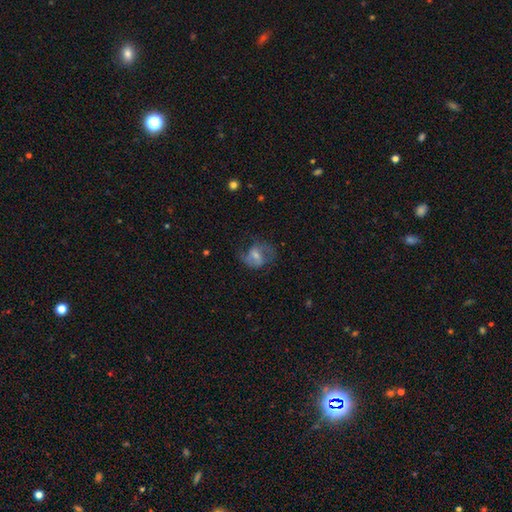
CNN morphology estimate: This is possibly a featured or disk galaxy (56%). It is clearly not viewed edge-on (96%). Bar: possibly weak (45%). Spiral arm pattern: likely yes (73%). Central bulge: marginally moderate (44%). Merging: possibly none (49%).